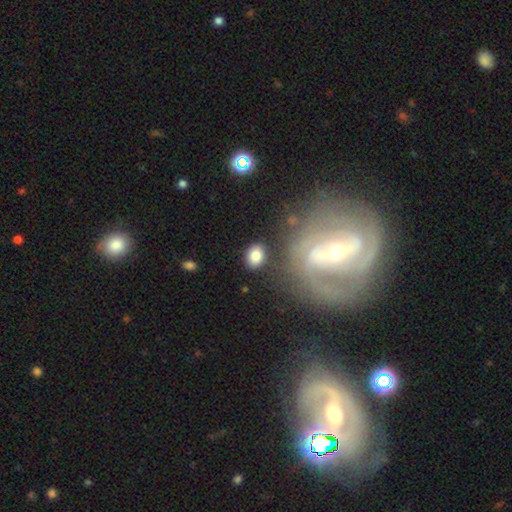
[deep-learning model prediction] This is clearly a smooth galaxy (83%). How rounded: likely in between (61%). Merging: likely none (80%).